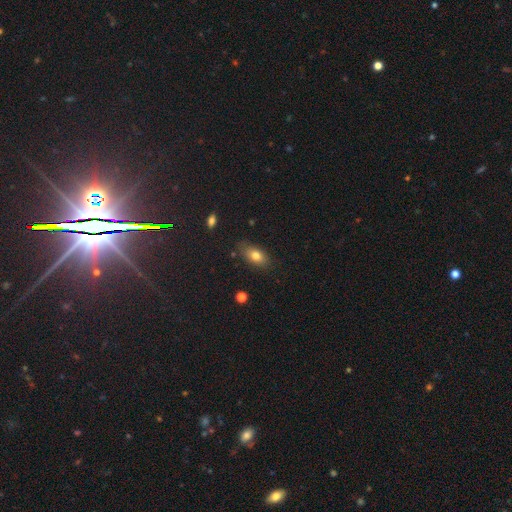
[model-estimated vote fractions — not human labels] The model was most divided on "merging": none: 78%, minor disturbance: 16%, major disturbance: 4%, merger: 2%. More confident: how rounded — in between (84%); smooth or featured — smooth (78%).